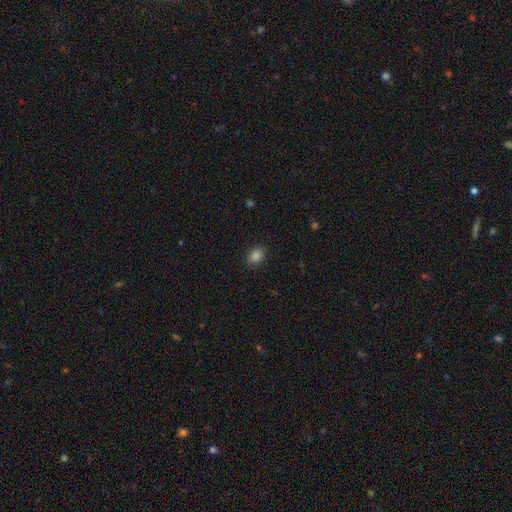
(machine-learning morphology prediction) Smooth or featured? smooth (86%)
How rounded? in between (64%)
Merging? none (89%)